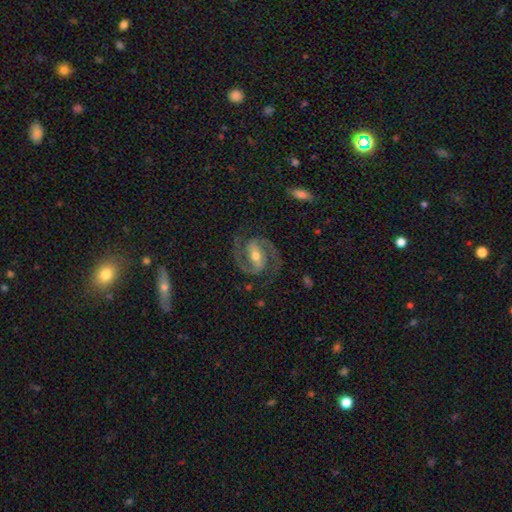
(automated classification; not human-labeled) This appears to be a featured or disk galaxy (92%) with a strong bar (53%), 2 (94%) medium (60%) spiral arms (98%) and a moderate central bulge (61%). Merging: none (82%).